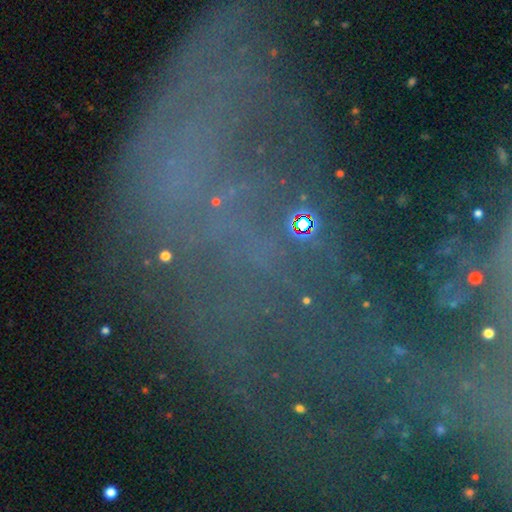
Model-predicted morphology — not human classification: A star or artifact, not a galaxy (59%).